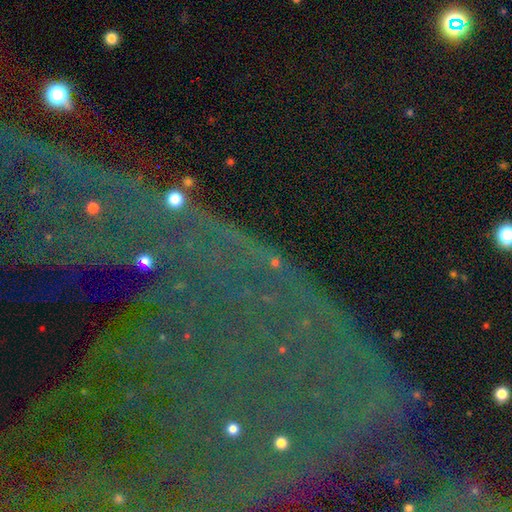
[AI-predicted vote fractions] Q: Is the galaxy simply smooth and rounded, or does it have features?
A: star or artifact — 82%.